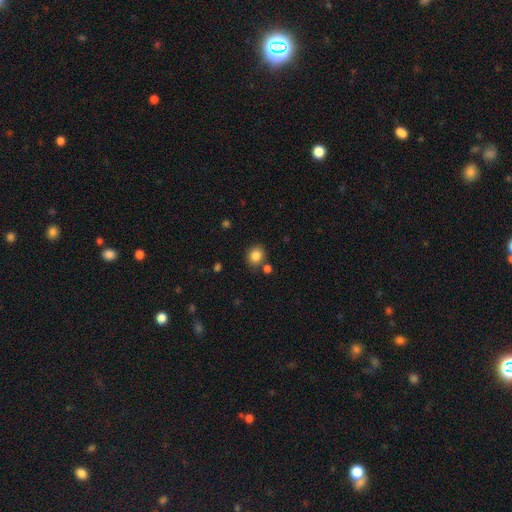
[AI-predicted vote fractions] Overall: smooth (84%). How rounded: round (72%). Merging: none (76%).